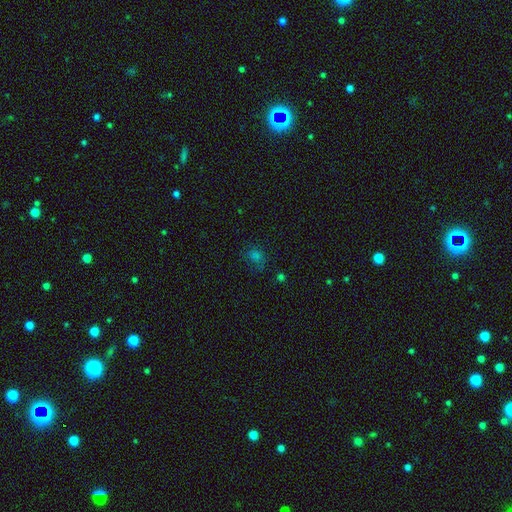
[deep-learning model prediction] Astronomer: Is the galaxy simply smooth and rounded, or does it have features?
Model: smooth — 51% (runner-up: star or artifact, 37%).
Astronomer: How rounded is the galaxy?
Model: round — 59% (runner-up: in between, 39%).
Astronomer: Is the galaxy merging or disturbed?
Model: none — 64%.